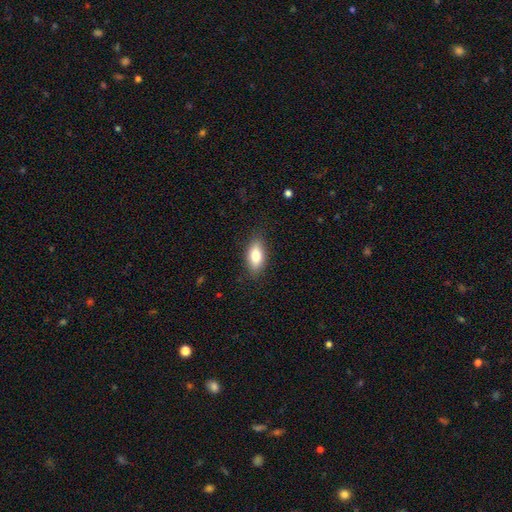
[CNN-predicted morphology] This appears to be a smooth galaxy with no disk features (78%) that is in between round and cigar-shaped (85%). Merging: none (84%).